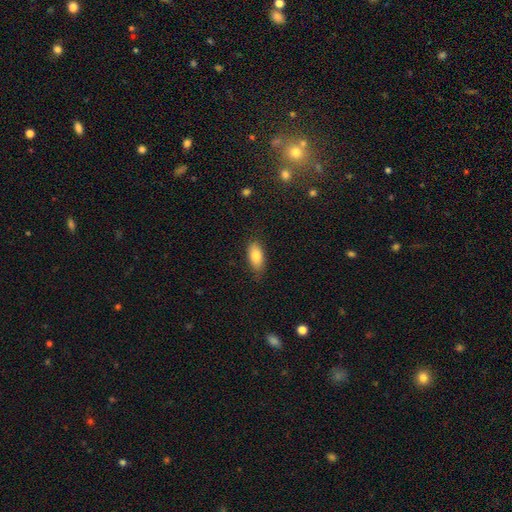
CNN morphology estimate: A smooth galaxy with no disk features (82%) that is in between round and cigar-shaped (88%).

Vote fractions:
- Smooth or featured? smooth: 82% / featured or disk: 11% / star or artifact: 7%
- How rounded? in between: 88% / cigar-shaped: 9% / round: 3%
- Merging? none: 79% / minor disturbance: 16% / major disturbance: 3% / merger: 1%